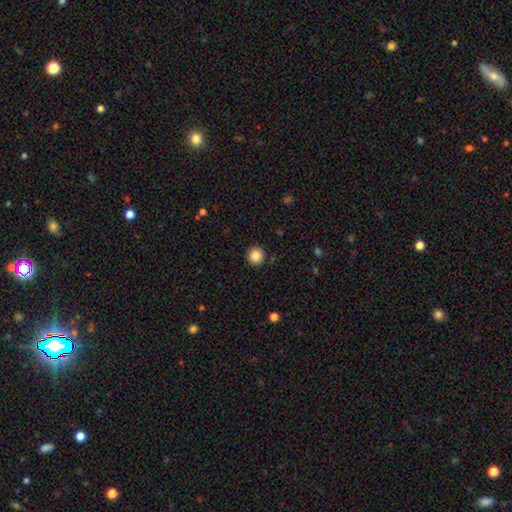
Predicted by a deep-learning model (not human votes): Smooth or featured? Predicted: smooth (p=0.87). How rounded? Predicted: round (p=0.94). Merging? Predicted: none (p=0.92).